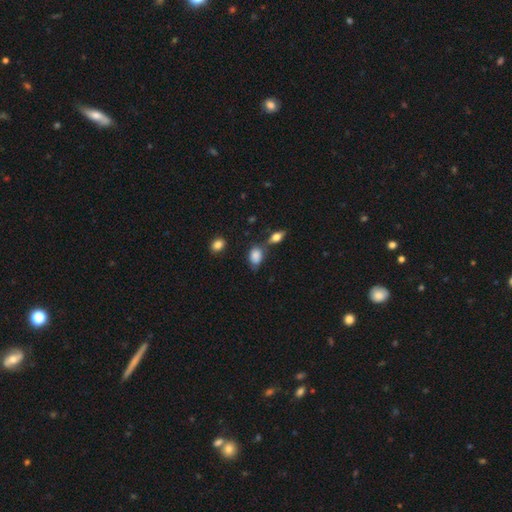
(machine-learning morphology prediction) The model was most divided on "merging": none: 53%, minor disturbance: 27%, merger: 12%, major disturbance: 8%. More confident: smooth or featured — smooth (82%); how rounded — in between (80%).